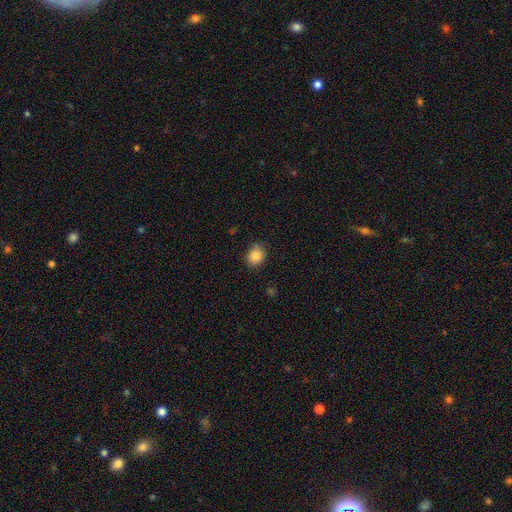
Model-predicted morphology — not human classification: The model was most divided on "how rounded": round: 69%, in between: 30%, cigar-shaped: 1%. More confident: smooth or featured — smooth (86%); merging — none (76%).